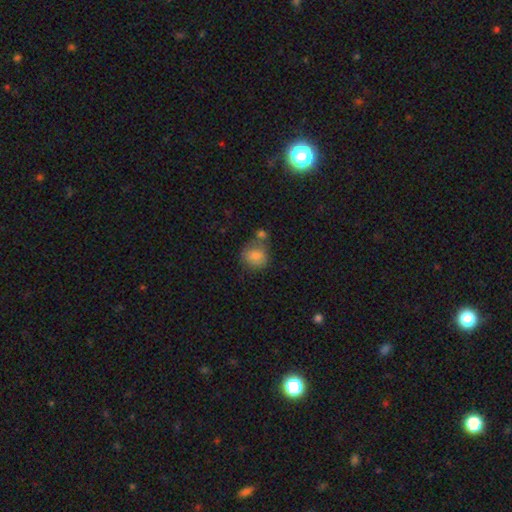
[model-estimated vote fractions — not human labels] This appears to be a smooth galaxy with no disk features (79%) that is round (79%). Merging: none (52%).